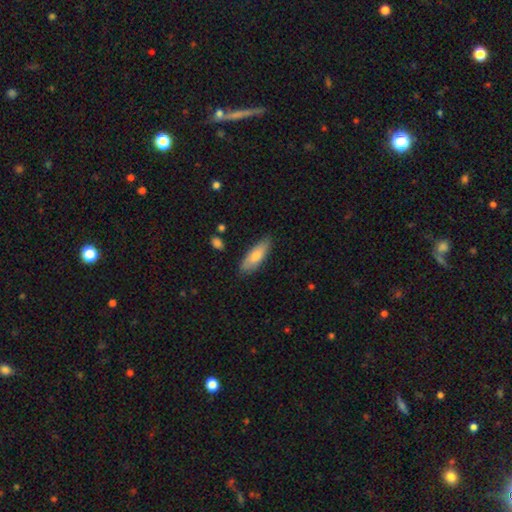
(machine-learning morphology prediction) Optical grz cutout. It shows a smooth galaxy with no disk features (76%) that is in between round and cigar-shaped (60%). Merging: none (82%).